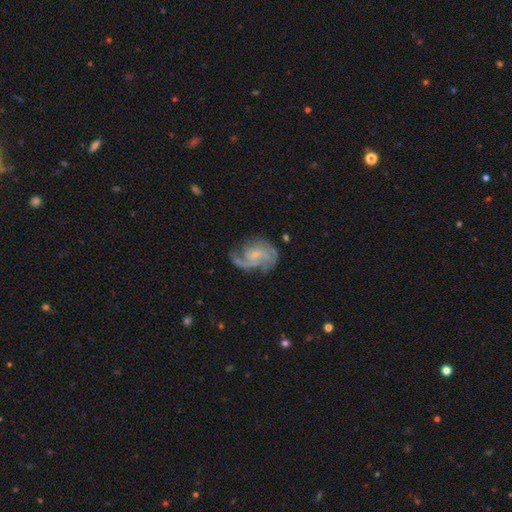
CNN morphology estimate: Smooth or featured? Predicted: featured or disk (p=0.84). Edge-on disk? Predicted: no (p=0.98). Bar? Predicted: no (p=0.60). Spiral arms? Predicted: yes (p=0.95). Spiral winding? Predicted: medium (p=0.47). Spiral arm count? Predicted: 2 (p=0.35). Bulge size? Predicted: small (p=0.70). Merging? Predicted: none (p=0.58).